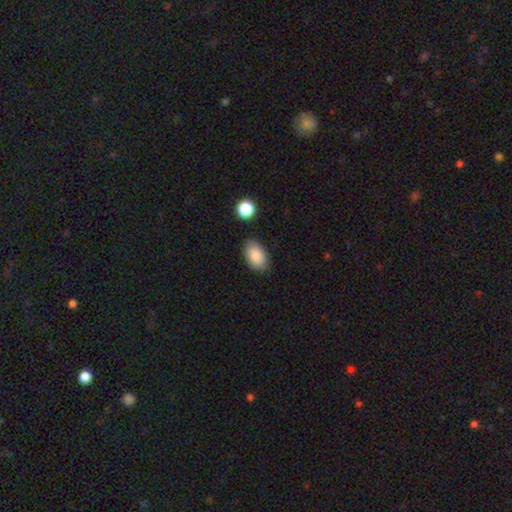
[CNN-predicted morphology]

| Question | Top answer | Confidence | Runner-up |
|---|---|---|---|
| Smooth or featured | smooth | 87% | featured or disk (7%) |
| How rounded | in between | 93% | round (6%) |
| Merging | none | 83% | minor disturbance (12%) |